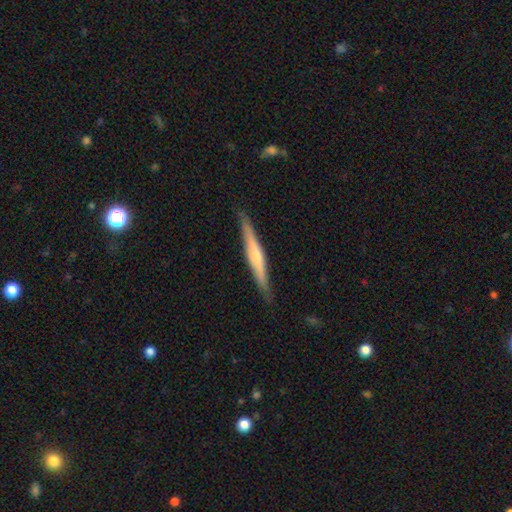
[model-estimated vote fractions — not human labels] The model was most divided on "smooth or featured": featured or disk: 64%, smooth: 30%, star or artifact: 5%. More confident: edge-on disk — yes (97%); merging — none (89%); edge-on bulge — rounded (71%).